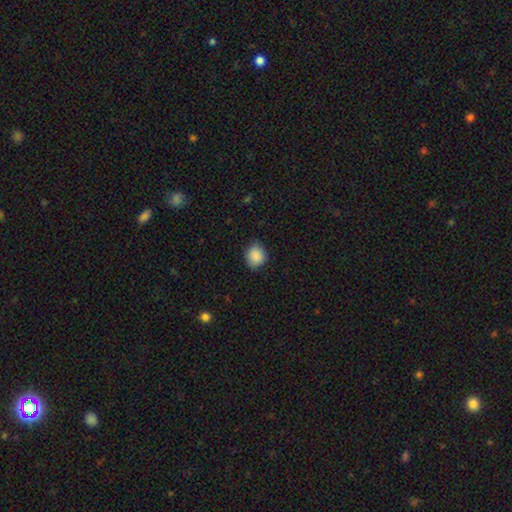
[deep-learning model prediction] Morphology: type=smooth (88%); roundness=round (77%); merging=none (79%).